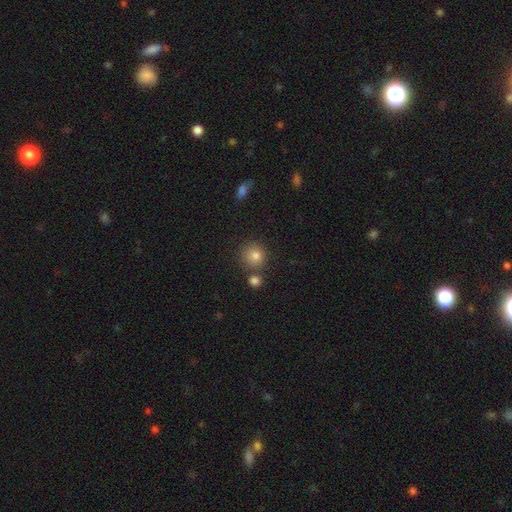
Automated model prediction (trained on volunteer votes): Smooth or featured? Predicted: smooth (p=0.83). How rounded? Predicted: round (p=0.90). Merging? Predicted: none (p=0.74).